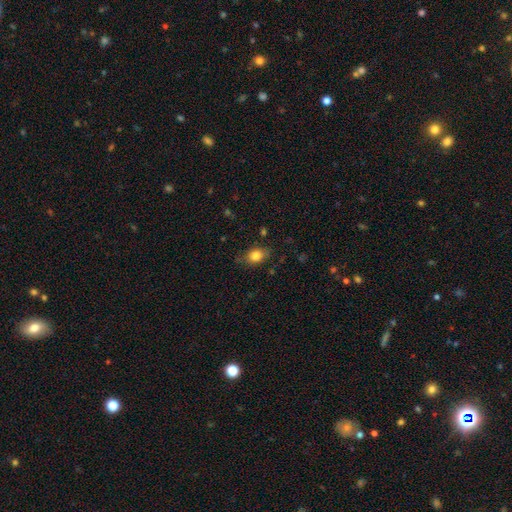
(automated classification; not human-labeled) Smooth or featured?
  - smooth: 81% *
  - featured or disk: 10%
  - star or artifact: 9%
How rounded?
  - in between: 73% *
  - round: 25%
  - cigar-shaped: 2%
Merging?
  - none: 77% *
  - minor disturbance: 17%
  - major disturbance: 4%
  - merger: 2%